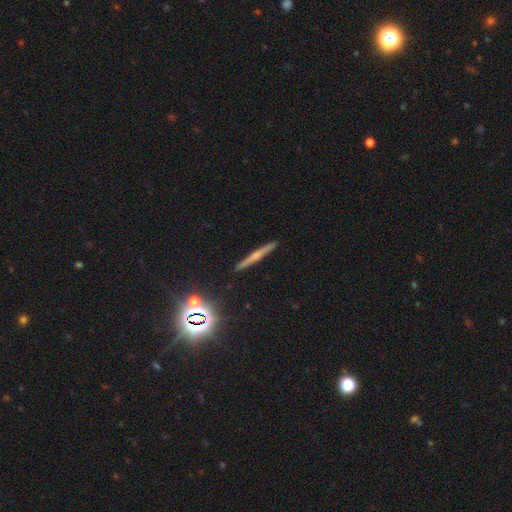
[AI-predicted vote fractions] Morphology: type=featured or disk (48%); merging=none (91%).